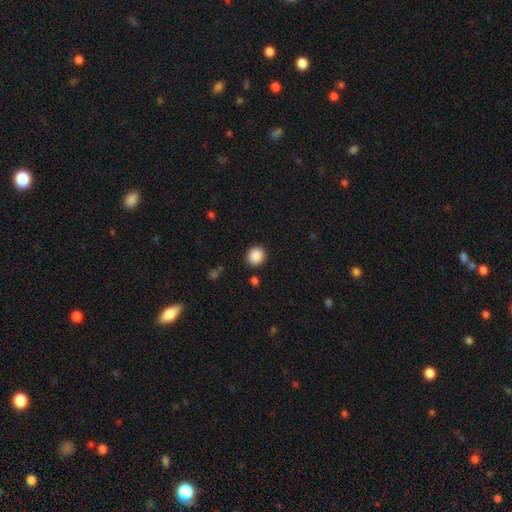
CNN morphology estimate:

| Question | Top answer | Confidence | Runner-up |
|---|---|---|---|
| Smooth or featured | smooth | 89% | star or artifact (9%) |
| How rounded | round | 81% | in between (18%) |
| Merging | none | 89% | minor disturbance (7%) |